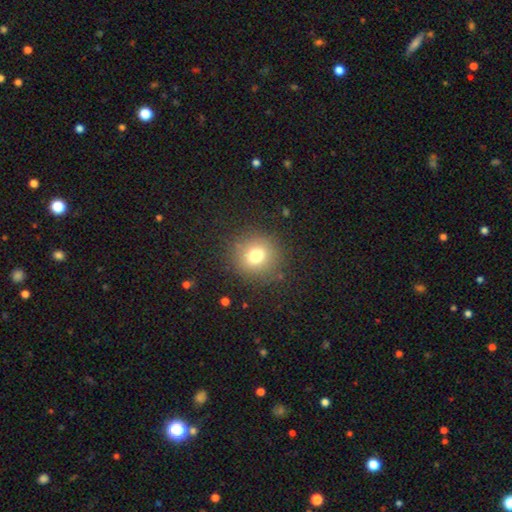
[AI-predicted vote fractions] Q: Smooth or featured?
A: smooth (77%); runner-up: star or artifact (13%)
Q: How rounded?
A: round (86%); runner-up: in between (13%)
Q: Merging?
A: none (85%); runner-up: minor disturbance (9%)